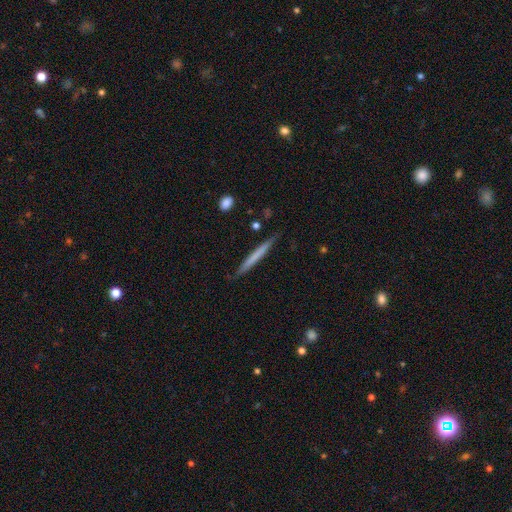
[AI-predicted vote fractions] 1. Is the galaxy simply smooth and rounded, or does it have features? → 59% smooth, 35% featured or disk, 5% star or artifact.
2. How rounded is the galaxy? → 97% cigar-shaped, 2% in between, 1% round.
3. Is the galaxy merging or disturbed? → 86% none, 10% minor disturbance, 2% major disturbance, 2% merger.